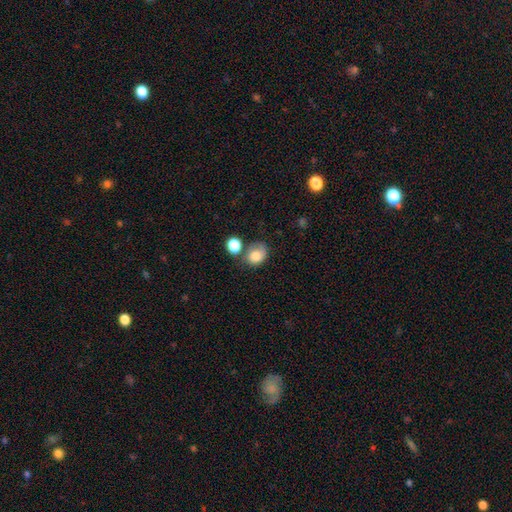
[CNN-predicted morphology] Smooth or featured? Predicted: smooth (p=0.78). How rounded? Predicted: in between (p=0.51). Merging? Predicted: none (p=0.43).